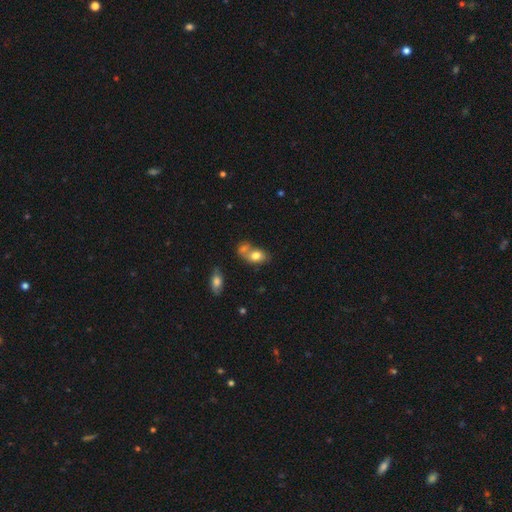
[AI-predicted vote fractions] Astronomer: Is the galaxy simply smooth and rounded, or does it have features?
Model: smooth — 77%.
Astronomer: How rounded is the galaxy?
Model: in between — 78%.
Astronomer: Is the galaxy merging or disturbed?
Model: merger — 46% (runner-up: none, 35%).